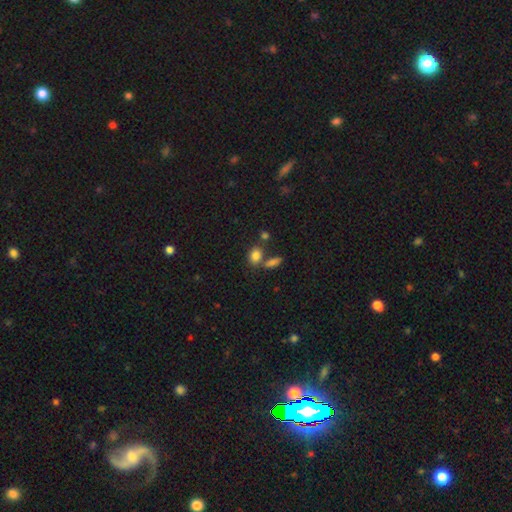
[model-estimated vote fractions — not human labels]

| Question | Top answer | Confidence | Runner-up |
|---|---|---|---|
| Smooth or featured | smooth | 82% | star or artifact (11%) |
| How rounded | in between | 66% | round (32%) |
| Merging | none | 57% | merger (26%) |